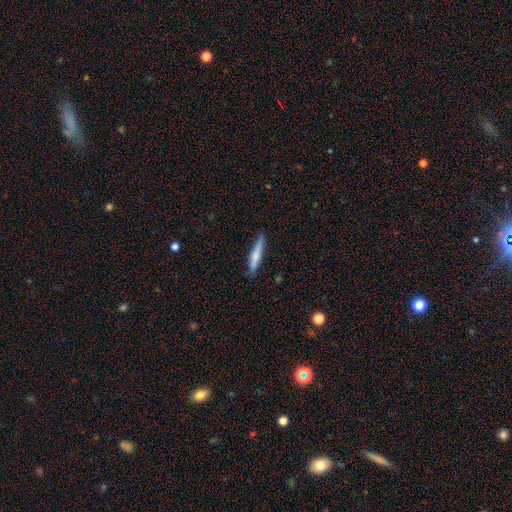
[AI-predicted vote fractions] Q: Smooth or featured?
A: smooth (71%); runner-up: featured or disk (24%)
Q: How rounded?
A: cigar-shaped (91%); runner-up: in between (8%)
Q: Merging?
A: none (84%); runner-up: minor disturbance (13%)